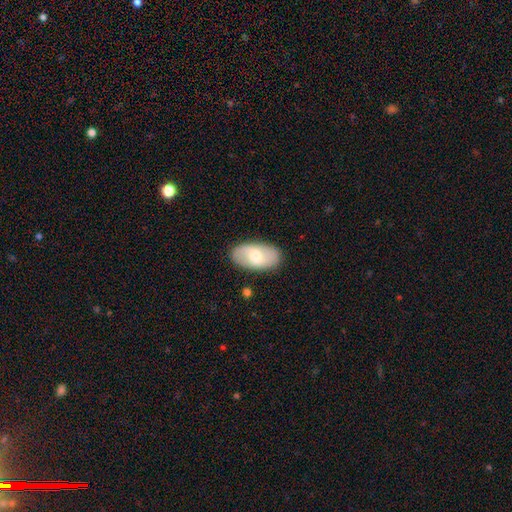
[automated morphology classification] This appears to be a smooth galaxy with no disk features (54%) that is in between round and cigar-shaped (94%). Merging: none (87%).